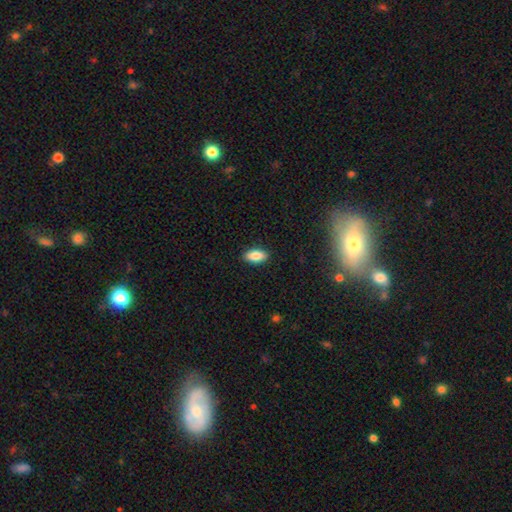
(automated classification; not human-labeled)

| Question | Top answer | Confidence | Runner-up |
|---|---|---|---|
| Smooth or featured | smooth | 85% | featured or disk (8%) |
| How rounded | in between | 91% | cigar-shaped (6%) |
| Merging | none | 90% | minor disturbance (8%) |